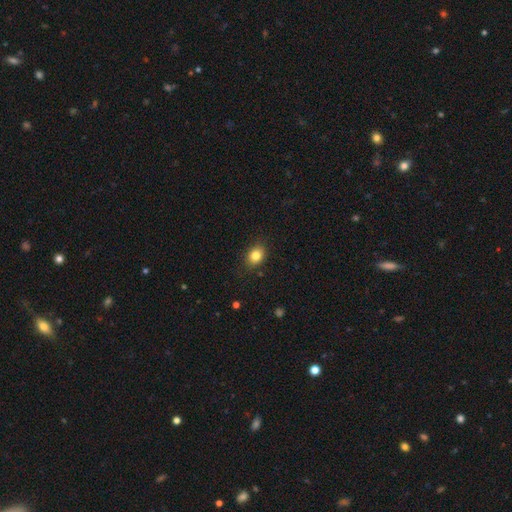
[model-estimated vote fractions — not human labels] Smooth or featured? Predicted: smooth (p=0.82). How rounded? Predicted: in between (p=0.59). Merging? Predicted: none (p=0.86).